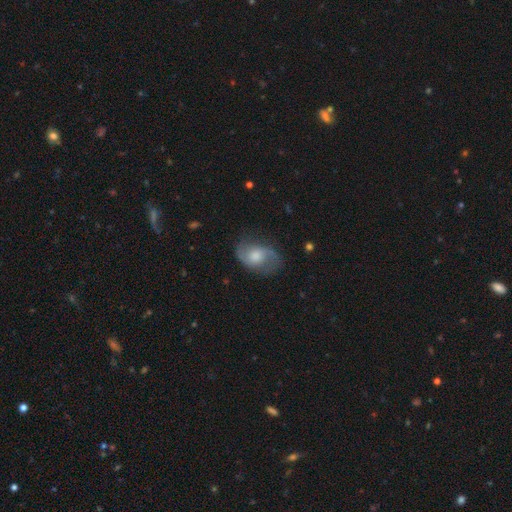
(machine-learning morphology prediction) type=featured or disk (61%); edge-on=no (96%); bar=no (61%); spiral arms=yes (87%); winding=loose (46%); arm count=2 (85%); bulge=moderate (46%); merging=none (64%).